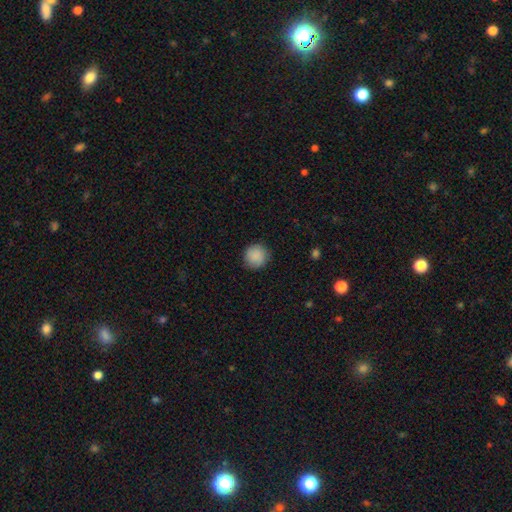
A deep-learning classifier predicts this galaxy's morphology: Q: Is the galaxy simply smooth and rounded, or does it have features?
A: smooth — 89%.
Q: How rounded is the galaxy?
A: round — 94%.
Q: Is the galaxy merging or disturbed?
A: none — 89%.